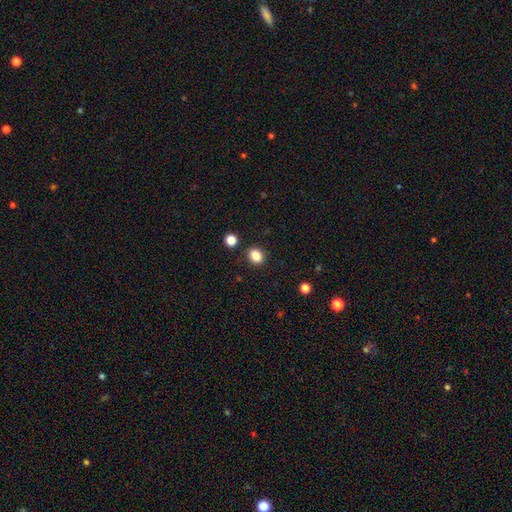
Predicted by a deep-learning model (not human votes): smooth 85%, star or artifact 11%, featured or disk 4%. Down the decision tree: how rounded — in between (51%); merging — none (87%).